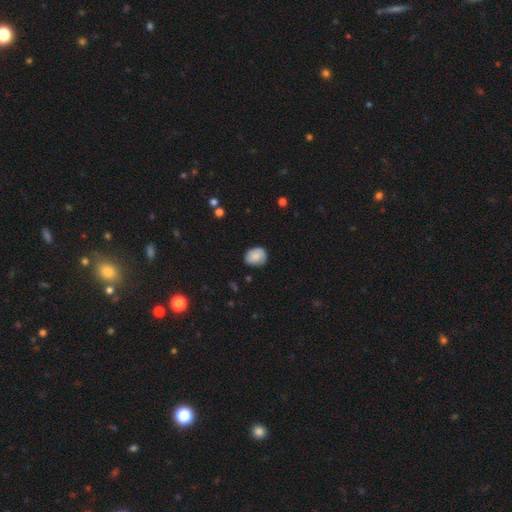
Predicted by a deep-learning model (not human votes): Smooth or featured? Predicted: smooth (p=0.84). How rounded? Predicted: round (p=0.50). Merging? Predicted: none (p=0.77).